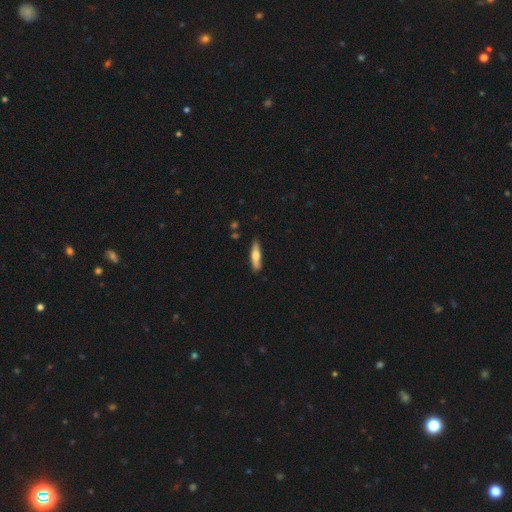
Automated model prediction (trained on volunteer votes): Smooth or featured? smooth (64%)
How rounded? cigar-shaped (73%)
Merging? none (85%)